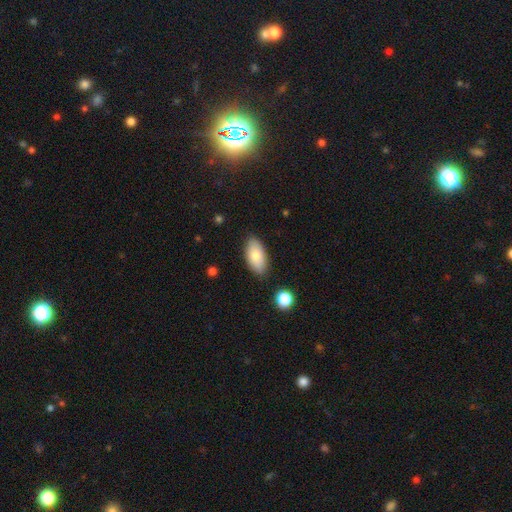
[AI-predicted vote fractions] Q: Smooth or featured?
A: smooth (79%); runner-up: featured or disk (15%)
Q: How rounded?
A: in between (92%); runner-up: cigar-shaped (5%)
Q: Merging?
A: none (84%); runner-up: minor disturbance (12%)